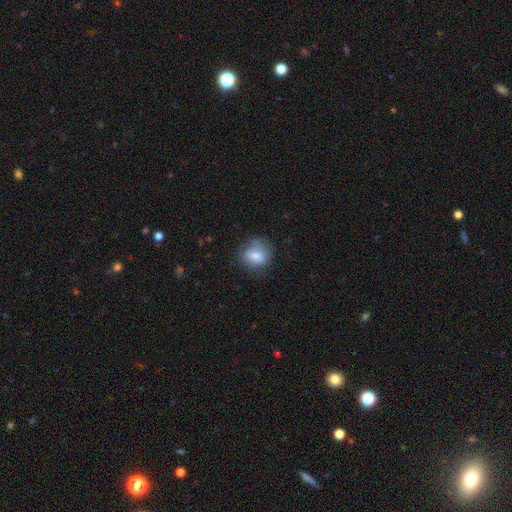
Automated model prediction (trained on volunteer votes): Smooth or featured?
  - smooth: 72% *
  - featured or disk: 19%
  - star or artifact: 9%
How rounded?
  - round: 66% *
  - in between: 33%
  - cigar-shaped: 1%
Merging?
  - none: 67% *
  - minor disturbance: 23%
  - major disturbance: 9%
  - merger: 2%